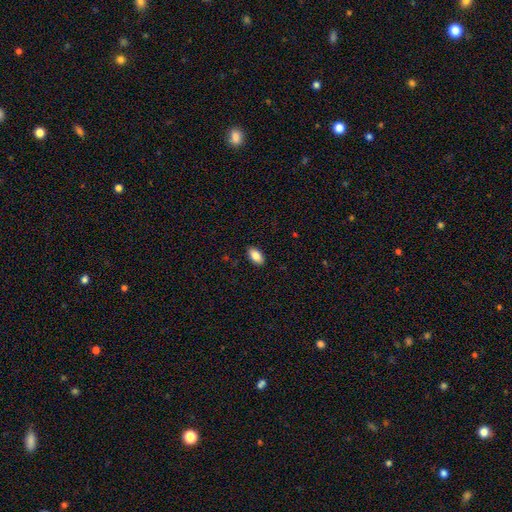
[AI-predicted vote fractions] Q: Smooth or featured?
A: smooth (86%); runner-up: star or artifact (7%)
Q: How rounded?
A: in between (94%); runner-up: round (4%)
Q: Merging?
A: none (89%); runner-up: minor disturbance (8%)